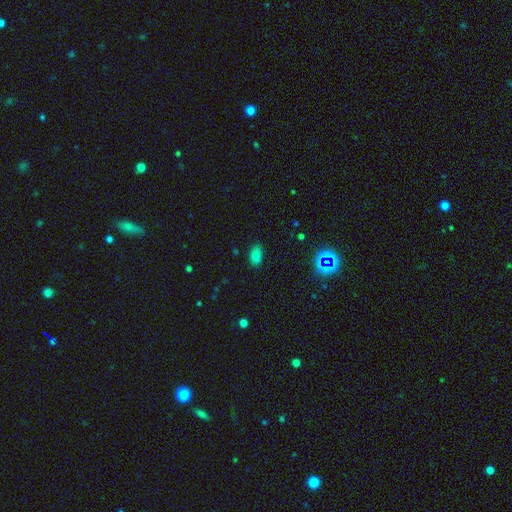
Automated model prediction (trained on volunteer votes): Morphology: type=smooth (75%); roundness=in between (90%); merging=none (82%).